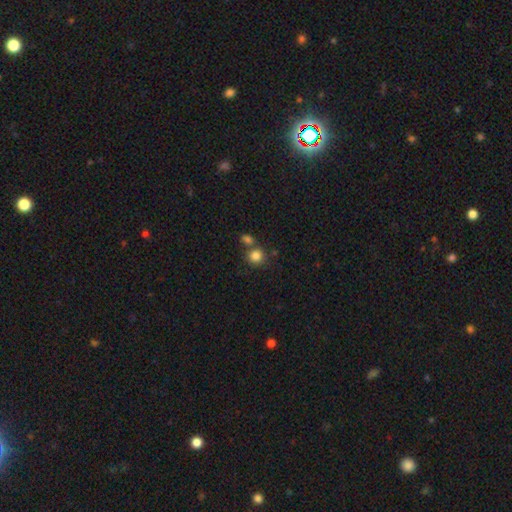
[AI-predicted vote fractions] Smooth or featured?
  - smooth: 83% *
  - star or artifact: 11%
  - featured or disk: 6%
How rounded?
  - round: 88% *
  - in between: 11%
  - cigar-shaped: 1%
Merging?
  - none: 64% *
  - merger: 25%
  - minor disturbance: 9%
  - major disturbance: 3%